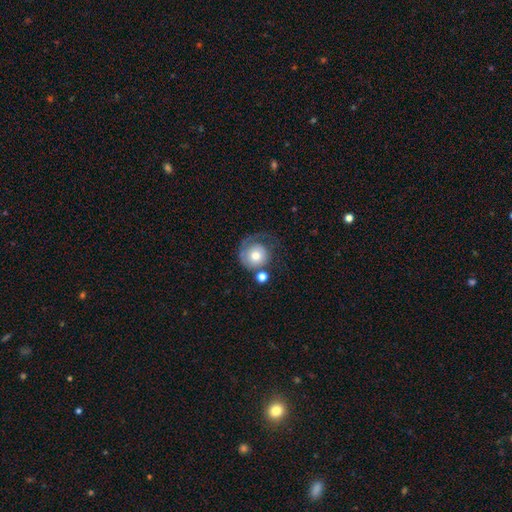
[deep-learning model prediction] A smooth galaxy with no disk features (53%) that is round (89%).

Vote fractions:
- Smooth or featured? smooth: 53% / featured or disk: 39% / star or artifact: 8%
- How rounded? round: 89% / in between: 10% / cigar-shaped: 1%
- Merging? none: 45% / major disturbance: 26% / minor disturbance: 19% / merger: 10%